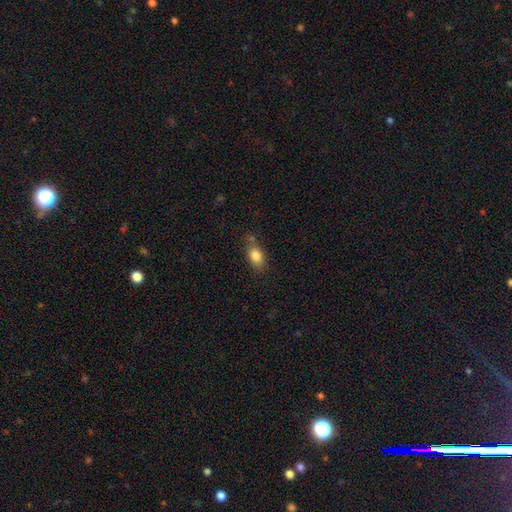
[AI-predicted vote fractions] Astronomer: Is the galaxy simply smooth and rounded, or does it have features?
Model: smooth — 84%.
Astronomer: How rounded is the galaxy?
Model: in between — 84%.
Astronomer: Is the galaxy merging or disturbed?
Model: none — 63%.